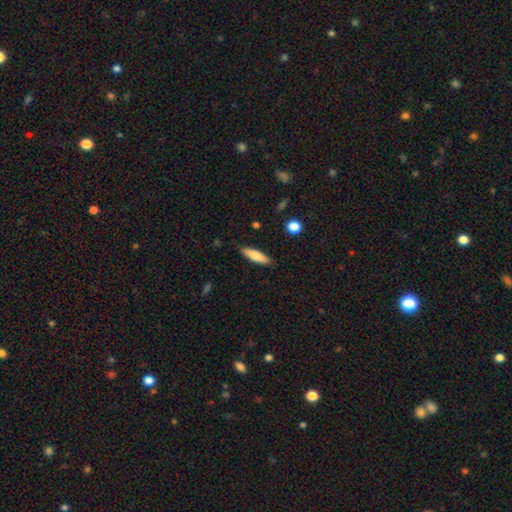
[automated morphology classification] smooth-or-featured: smooth: 77% | featured or disk: 16% | star or artifact: 6%
  how-rounded: cigar-shaped: 64% | in between: 34% | round: 2%
  merging: none: 87% | minor disturbance: 10% | major disturbance: 2% | merger: 1%